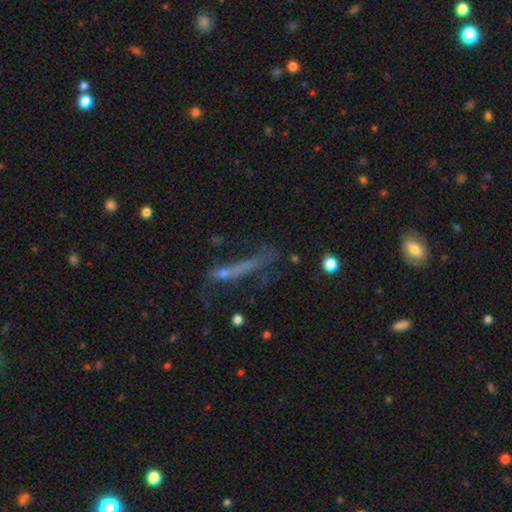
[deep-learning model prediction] A featured or disk galaxy (43%).

Vote fractions:
- Smooth or featured? featured or disk: 43% / smooth: 34% / star or artifact: 23%
- Merging? none: 41% / major disturbance: 31% / minor disturbance: 19% / merger: 9%